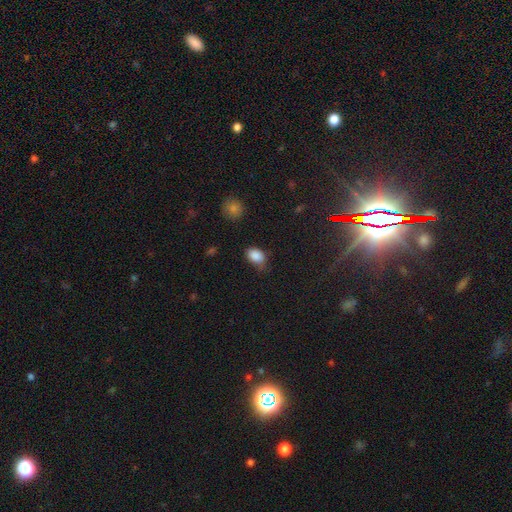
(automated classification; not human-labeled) smooth-or-featured: smooth: 87% | star or artifact: 9% | featured or disk: 4%
  how-rounded: in between: 78% | round: 21% | cigar-shaped: 1%
  merging: none: 57% | minor disturbance: 34% | major disturbance: 7% | merger: 2%